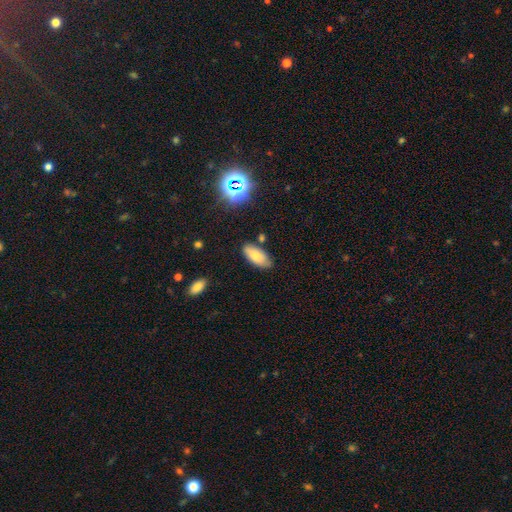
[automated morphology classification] Smooth or featured: smooth — 79% (featured or disk — 11%)
How rounded: in between — 90% (cigar-shaped — 8%)
Merging: none — 80% (minor disturbance — 14%)